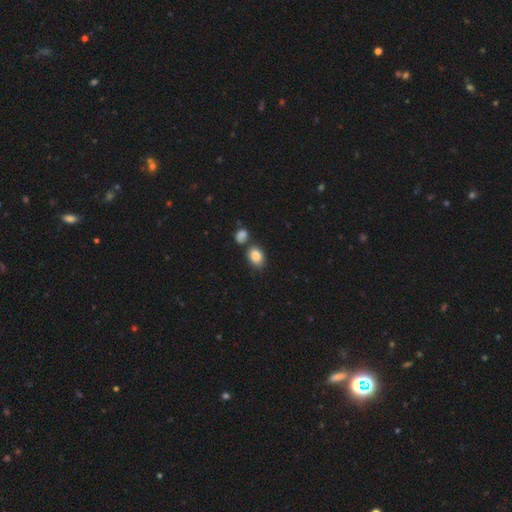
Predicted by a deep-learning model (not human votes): smooth-or-featured: smooth: 86% | star or artifact: 8% | featured or disk: 6%
  how-rounded: in between: 74% | round: 25% | cigar-shaped: 1%
  merging: none: 64% | merger: 19% | minor disturbance: 13% | major disturbance: 4%